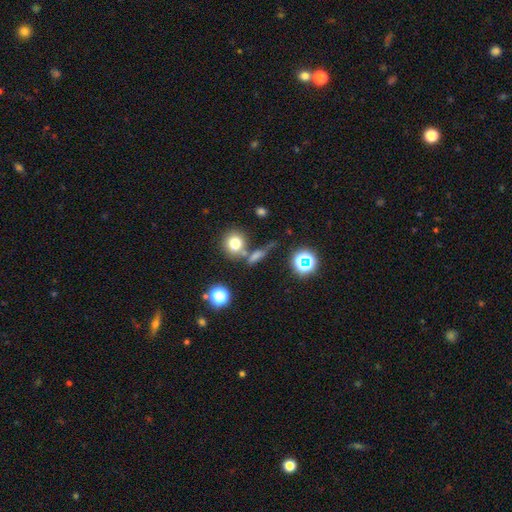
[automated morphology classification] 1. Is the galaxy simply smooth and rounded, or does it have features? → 61% smooth, 23% star or artifact, 17% featured or disk.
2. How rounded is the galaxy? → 37% round, 32% cigar-shaped, 32% in between.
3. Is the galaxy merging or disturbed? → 59% none, 20% merger, 13% minor disturbance, 7% major disturbance.